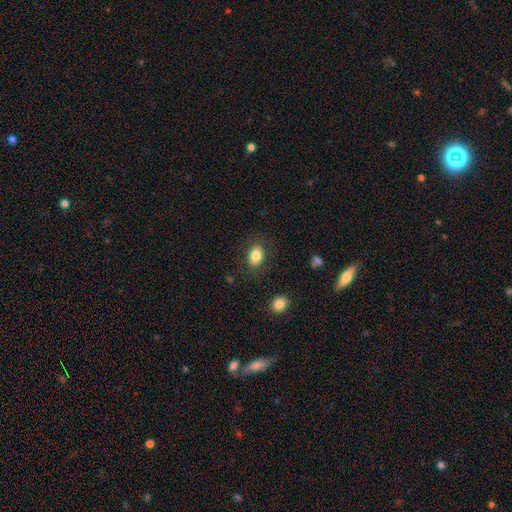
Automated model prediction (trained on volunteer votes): A smooth galaxy with no disk features (82%) that is in between round and cigar-shaped (80%).

Vote fractions:
- Smooth or featured? smooth: 82% / featured or disk: 10% / star or artifact: 8%
- How rounded? in between: 80% / round: 19% / cigar-shaped: 1%
- Merging? none: 85% / minor disturbance: 10% / major disturbance: 3% / merger: 1%